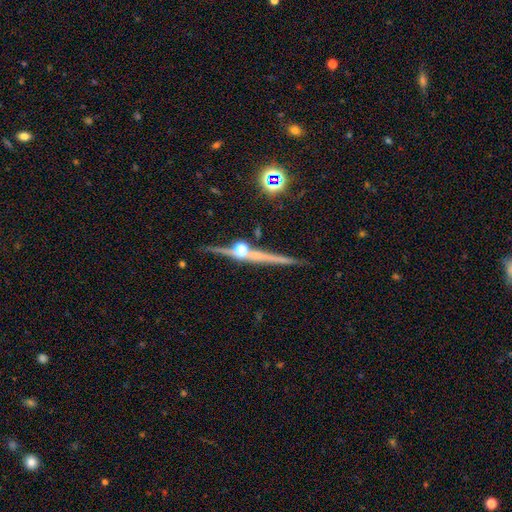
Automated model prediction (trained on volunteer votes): A featured or disk galaxy (78%) viewed edge-on (97%) with a rounded central bulge (79%).

Vote fractions:
- Smooth or featured? featured or disk: 78% / star or artifact: 11% / smooth: 11%
- Edge-on disk? yes: 97% / no: 3%
- Edge-on bulge? rounded: 79% / none: 14% / boxy: 7%
- Merging? none: 85% / minor disturbance: 8% / merger: 5% / major disturbance: 3%